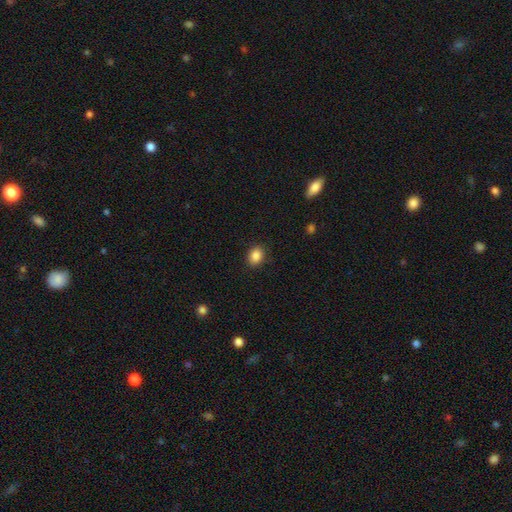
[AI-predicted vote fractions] This appears to be a smooth galaxy with no disk features (87%) that is in between round and cigar-shaped (63%). Merging: none (88%).